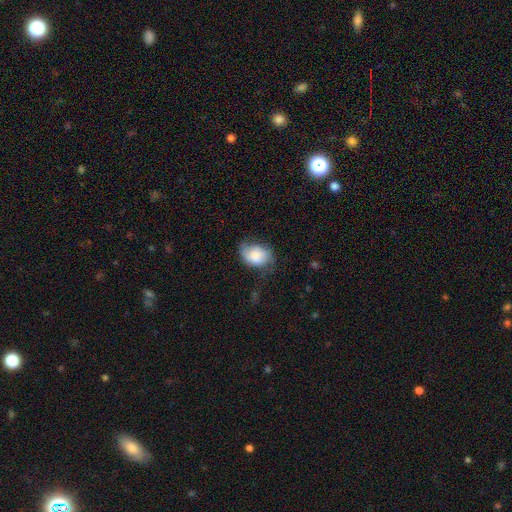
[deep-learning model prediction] The model was most divided on "merging": none: 46%, minor disturbance: 34%, major disturbance: 19%, merger: 2%. More confident: how rounded — in between (73%); smooth or featured — smooth (60%).